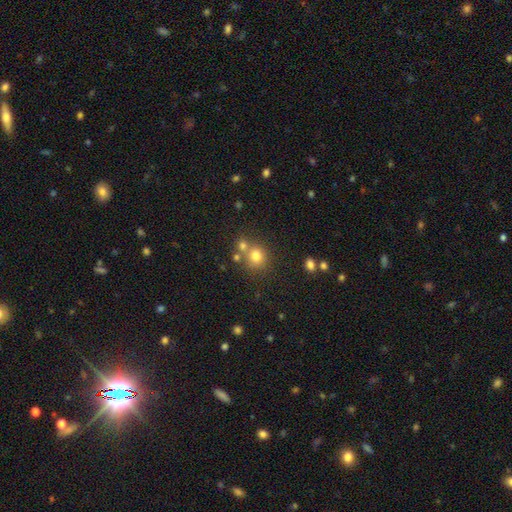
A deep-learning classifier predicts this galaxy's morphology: smooth-or-featured: smooth: 76% | star or artifact: 14% | featured or disk: 10%
  how-rounded: round: 82% | in between: 17% | cigar-shaped: 1%
  merging: none: 57% | merger: 29% | minor disturbance: 9% | major disturbance: 4%